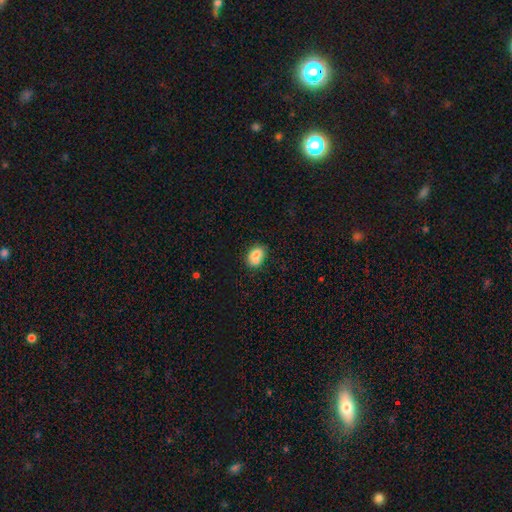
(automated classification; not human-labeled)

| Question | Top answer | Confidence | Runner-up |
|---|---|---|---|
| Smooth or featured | smooth | 77% | featured or disk (14%) |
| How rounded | in between | 73% | round (26%) |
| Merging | none | 47% | merger (30%) |